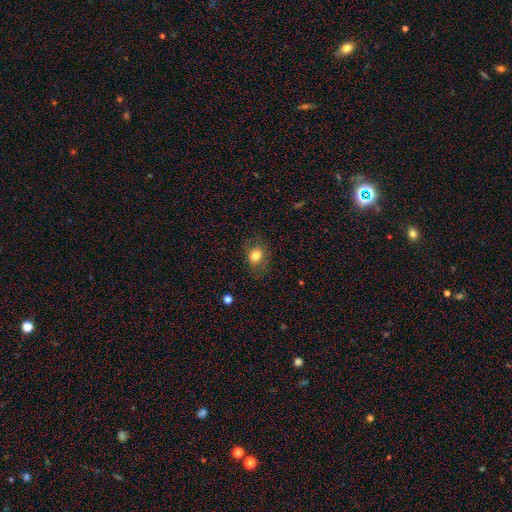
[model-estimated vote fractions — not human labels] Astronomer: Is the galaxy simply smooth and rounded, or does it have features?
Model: smooth — 78%.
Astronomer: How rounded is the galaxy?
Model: round — 57% (runner-up: in between, 42%).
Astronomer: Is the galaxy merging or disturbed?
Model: none — 78%.